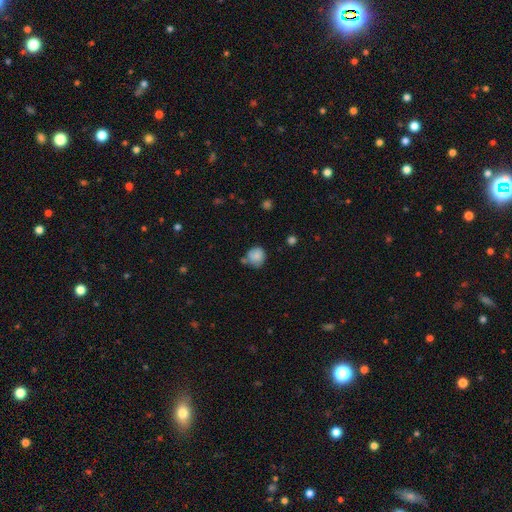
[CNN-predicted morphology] This appears to be a smooth galaxy with no disk features (81%) that is round (83%). Merging: none (55%).